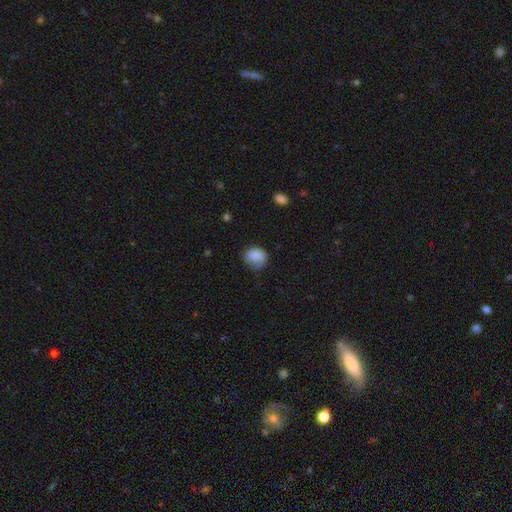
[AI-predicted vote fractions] Smooth or featured?
  - smooth: 85% *
  - star or artifact: 8%
  - featured or disk: 8%
How rounded?
  - round: 62% *
  - in between: 37%
  - cigar-shaped: 1%
Merging?
  - none: 61% *
  - minor disturbance: 27%
  - major disturbance: 11%
  - merger: 1%